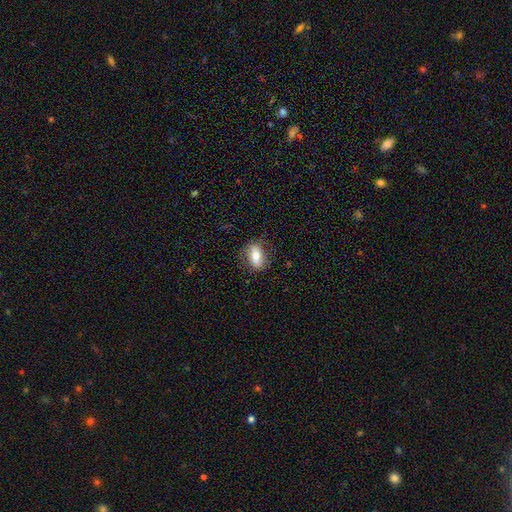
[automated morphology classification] The model was most divided on "smooth or featured": smooth: 61%, featured or disk: 32%, star or artifact: 7%. More confident: how rounded — in between (80%); merging — none (77%).